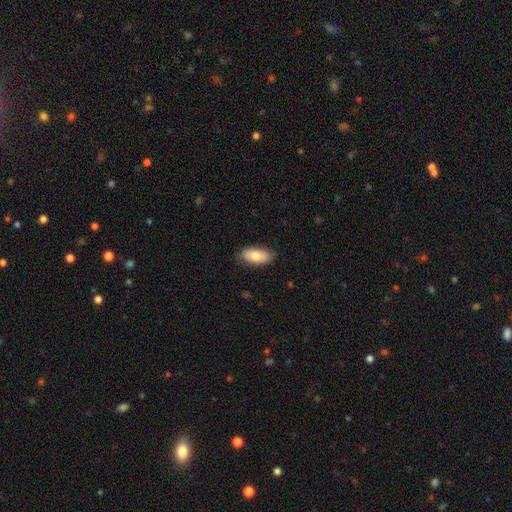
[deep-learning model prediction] This is clearly a smooth galaxy (80%). How rounded: clearly in between (91%). Merging: clearly none (82%).